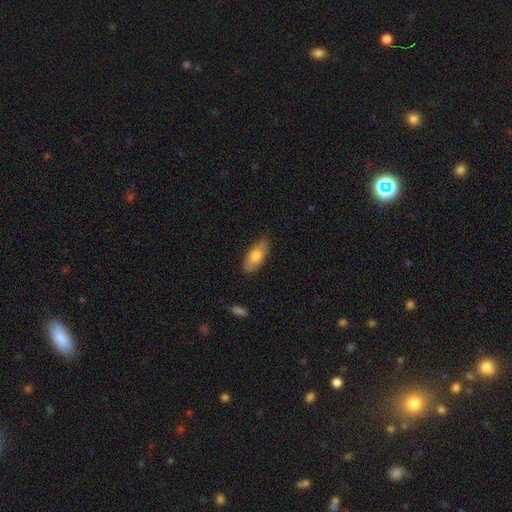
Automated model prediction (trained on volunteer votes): Smooth or featured? Predicted: smooth (p=0.74). How rounded? Predicted: in between (p=0.83). Merging? Predicted: none (p=0.83).